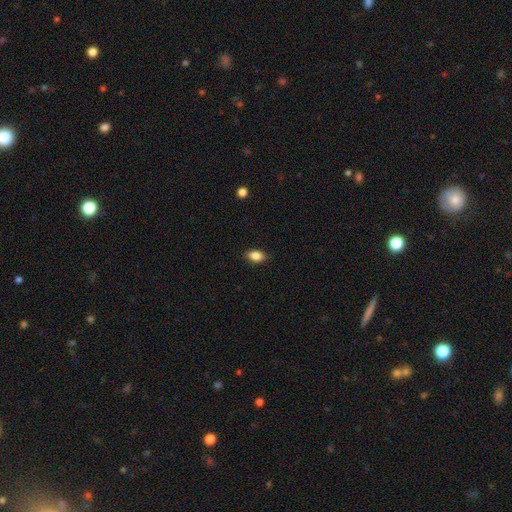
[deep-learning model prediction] Smooth or featured? Predicted: smooth (p=0.86). How rounded? Predicted: in between (p=0.88). Merging? Predicted: none (p=0.87).